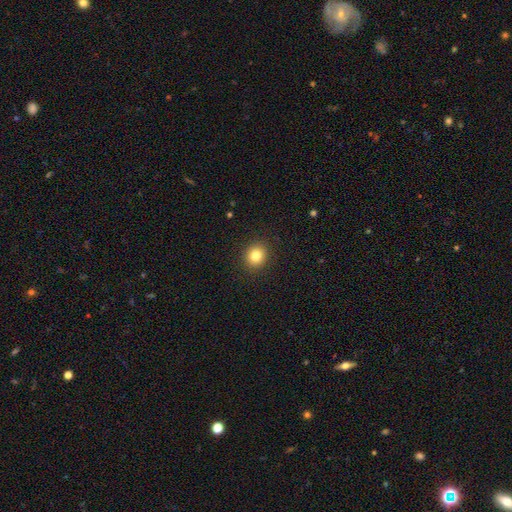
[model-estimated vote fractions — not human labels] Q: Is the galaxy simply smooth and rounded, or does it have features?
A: smooth — 82%.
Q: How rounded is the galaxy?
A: round — 81%.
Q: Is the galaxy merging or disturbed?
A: none — 91%.